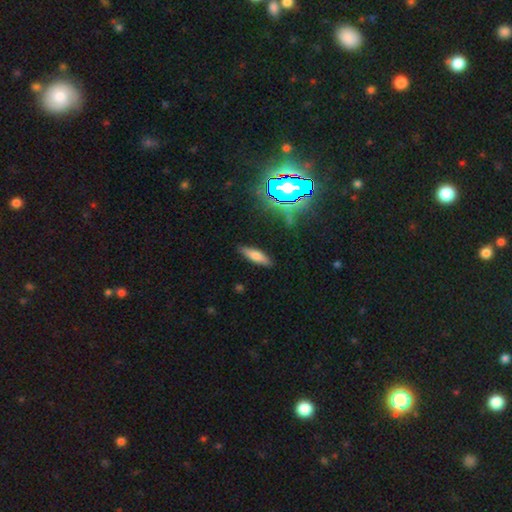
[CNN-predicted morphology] This is likely a smooth galaxy (65%). How rounded: possibly cigar-shaped (56%). Merging: clearly none (86%).